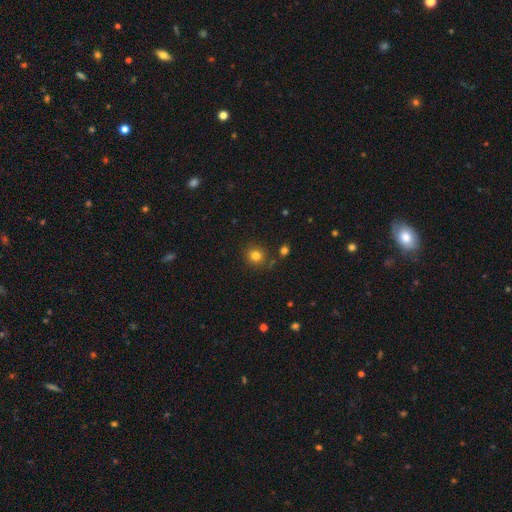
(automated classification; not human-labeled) Smooth or featured? smooth (80%)
How rounded? round (90%)
Merging? none (84%)